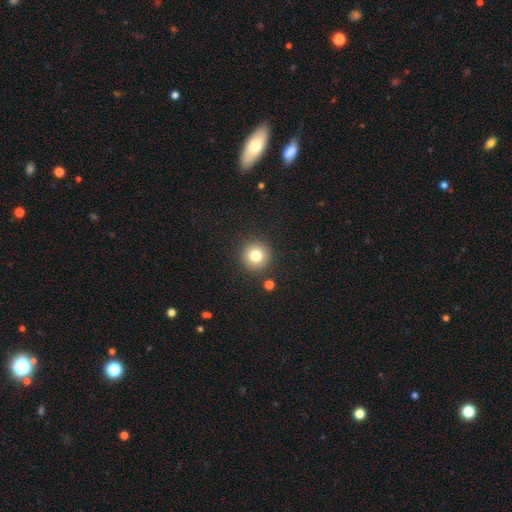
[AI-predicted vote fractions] A smooth galaxy with no disk features (80%) that is round (95%). Merging: none (88%).